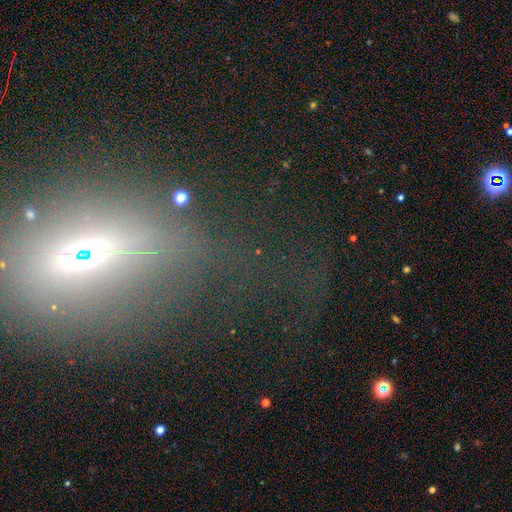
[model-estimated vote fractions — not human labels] A star or artifact, not a galaxy (39%).

Vote fractions:
- Smooth or featured? star or artifact: 39% / smooth: 35% / featured or disk: 25%